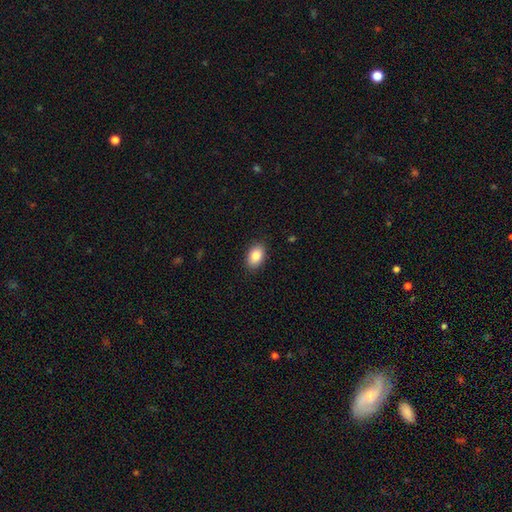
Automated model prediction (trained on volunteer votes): A smooth galaxy with no disk features (86%) that is in between round and cigar-shaped (88%). Merging: none (88%).